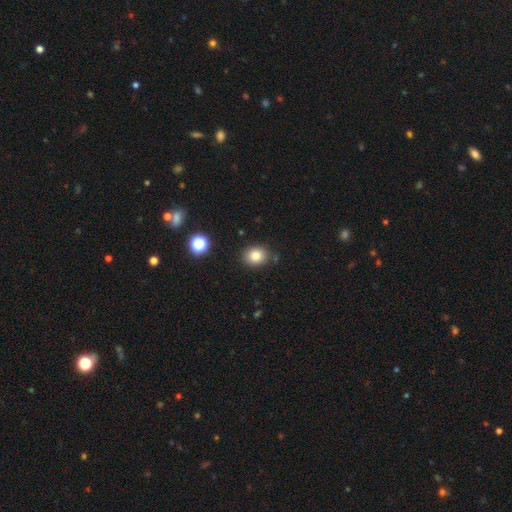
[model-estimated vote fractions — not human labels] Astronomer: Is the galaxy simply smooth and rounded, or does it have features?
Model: smooth — 83%.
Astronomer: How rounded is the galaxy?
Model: round — 61% (runner-up: in between, 38%).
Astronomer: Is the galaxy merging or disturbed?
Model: none — 85%.